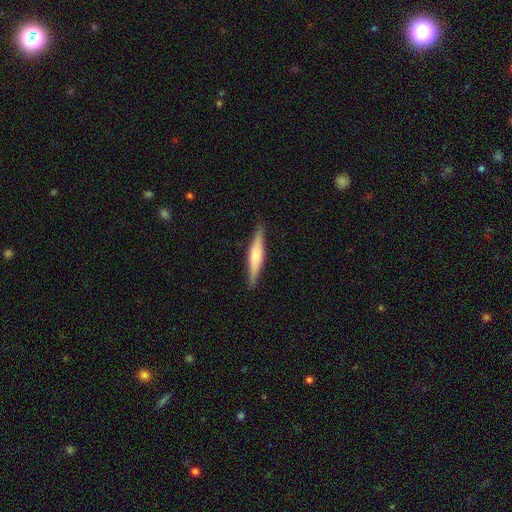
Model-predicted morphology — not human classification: This appears to be a featured or disk galaxy (50%). Merging: none (89%).